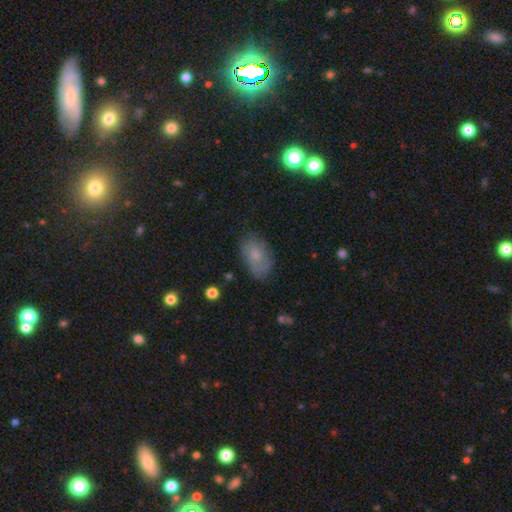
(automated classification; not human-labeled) smooth 63%, featured or disk 27%, star or artifact 10%. Down the decision tree: how rounded — in between (88%); merging — none (72%).